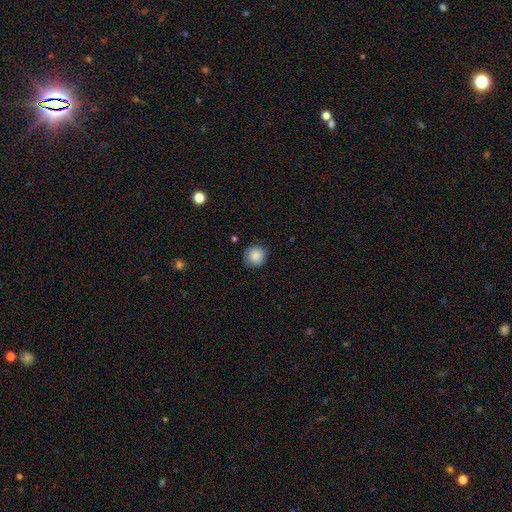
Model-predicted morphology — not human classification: smooth-or-featured: smooth: 85% | star or artifact: 9% | featured or disk: 6%
  how-rounded: round: 92% | in between: 8% | cigar-shaped: 1%
  merging: none: 84% | minor disturbance: 12% | major disturbance: 3% | merger: 1%